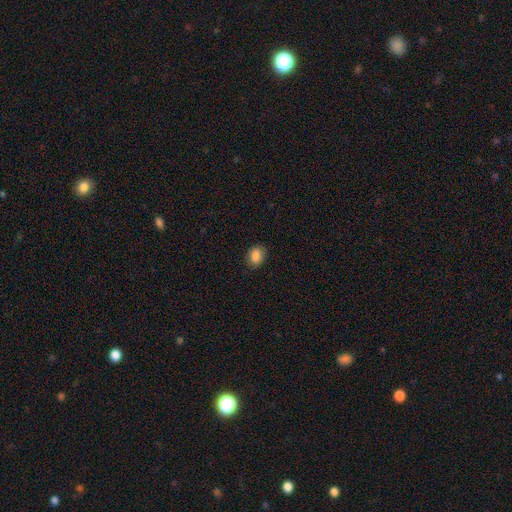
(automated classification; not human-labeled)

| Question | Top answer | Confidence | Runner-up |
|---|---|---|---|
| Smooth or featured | smooth | 87% | star or artifact (9%) |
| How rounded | in between | 76% | round (22%) |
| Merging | none | 83% | minor disturbance (13%) |